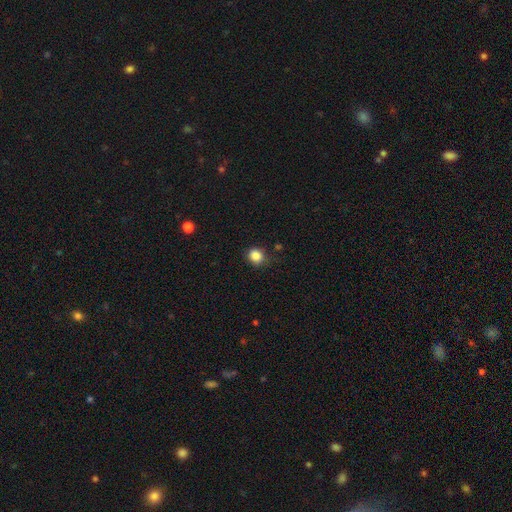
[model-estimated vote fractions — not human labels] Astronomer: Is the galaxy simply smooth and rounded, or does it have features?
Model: smooth — 85%.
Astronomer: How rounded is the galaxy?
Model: round — 78%.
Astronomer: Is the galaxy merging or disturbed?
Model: none — 79%.